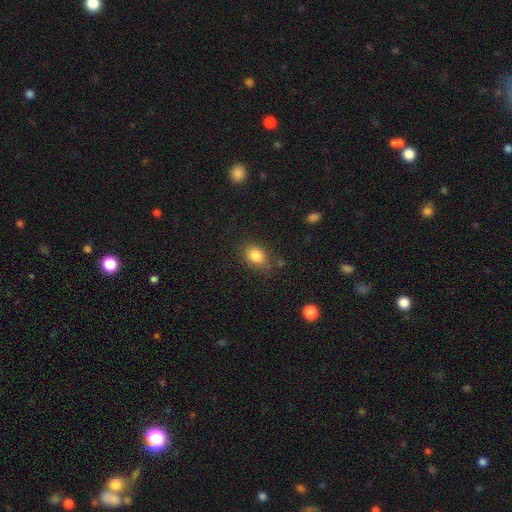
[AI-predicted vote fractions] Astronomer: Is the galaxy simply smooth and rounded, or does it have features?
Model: smooth — 84%.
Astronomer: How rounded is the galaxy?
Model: in between — 62% (runner-up: round, 37%).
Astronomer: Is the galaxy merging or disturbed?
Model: none — 74%.